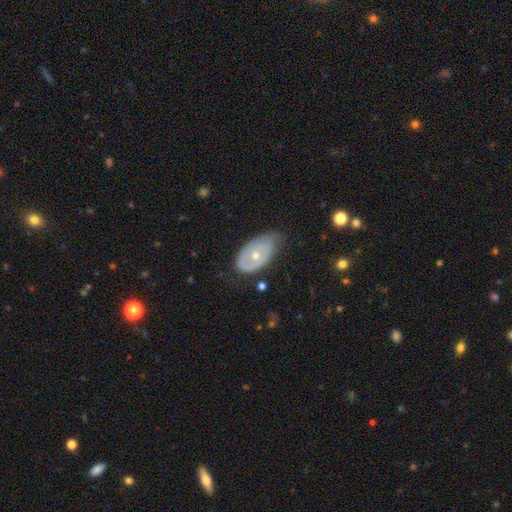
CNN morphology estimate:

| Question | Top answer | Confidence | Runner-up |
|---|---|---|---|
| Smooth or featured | featured or disk | 49% | smooth (44%) |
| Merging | none | 43% | minor disturbance (42%) |